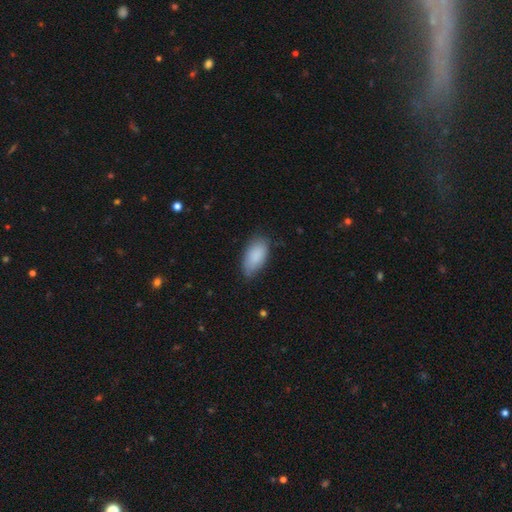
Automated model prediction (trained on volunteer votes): smooth 88%, featured or disk 6%, star or artifact 6%. Down the decision tree: how rounded — in between (93%); merging — none (71%).